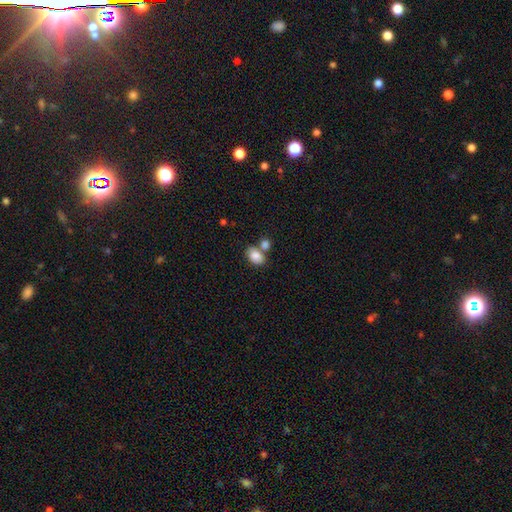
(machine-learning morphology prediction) A smooth galaxy with no disk features (85%) that is in between round and cigar-shaped (79%).

Vote fractions:
- Smooth or featured? smooth: 85% / star or artifact: 8% / featured or disk: 7%
- How rounded? in between: 79% / round: 20% / cigar-shaped: 1%
- Merging? none: 44% / merger: 40% / minor disturbance: 11% / major disturbance: 4%